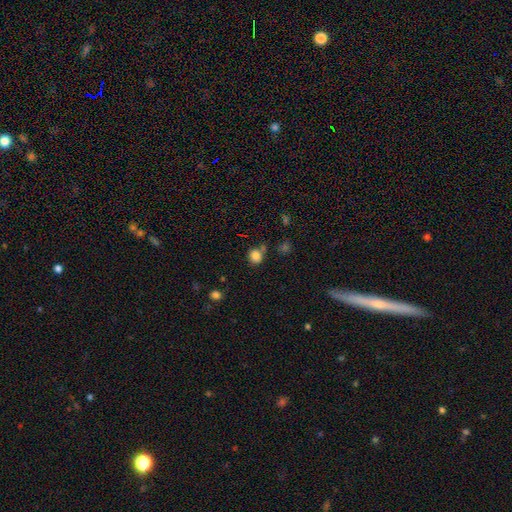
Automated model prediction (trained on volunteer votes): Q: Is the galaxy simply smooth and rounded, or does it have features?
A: smooth — 82%.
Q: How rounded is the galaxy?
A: round — 69%.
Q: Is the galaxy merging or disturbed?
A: none — 64%.